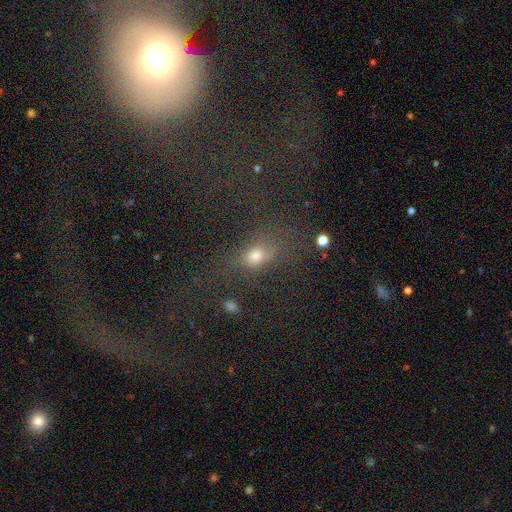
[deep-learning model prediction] Smooth or featured?
  - smooth: 58% *
  - star or artifact: 25%
  - featured or disk: 17%
How rounded?
  - in between: 57% *
  - round: 31%
  - cigar-shaped: 13%
Merging?
  - none: 55% *
  - minor disturbance: 19%
  - major disturbance: 18%
  - merger: 8%